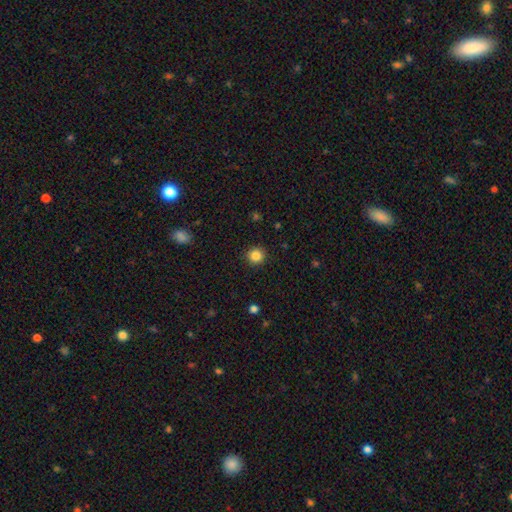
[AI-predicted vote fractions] Smooth or featured? smooth (85%)
How rounded? round (94%)
Merging? none (92%)